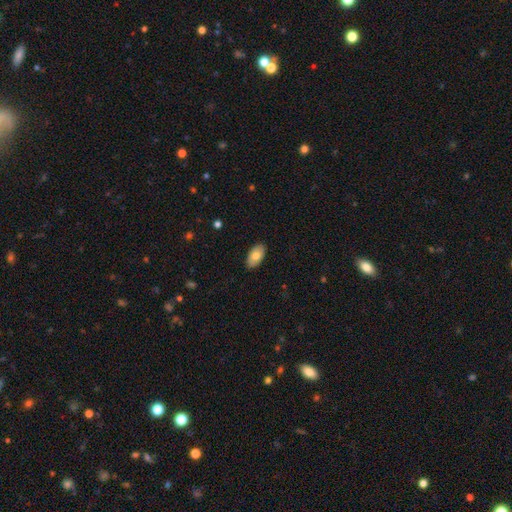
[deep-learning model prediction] Smooth or featured: smooth — 77% (featured or disk — 16%)
How rounded: in between — 95% (round — 3%)
Merging: none — 88% (minor disturbance — 9%)